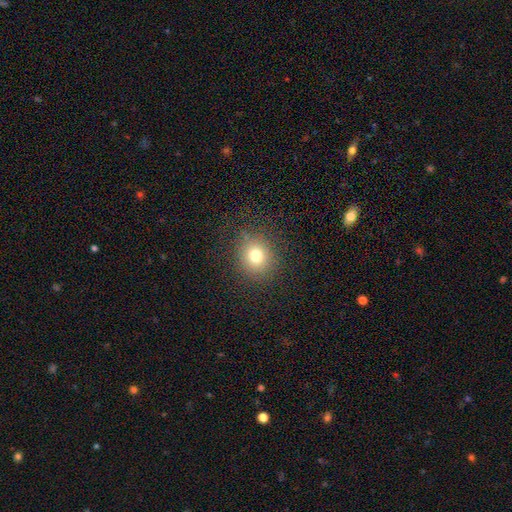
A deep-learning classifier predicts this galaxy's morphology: Smooth or featured?
  - smooth: 76% *
  - star or artifact: 15%
  - featured or disk: 9%
How rounded?
  - round: 79% *
  - in between: 21%
  - cigar-shaped: 1%
Merging?
  - none: 86% *
  - minor disturbance: 9%
  - major disturbance: 4%
  - merger: 1%